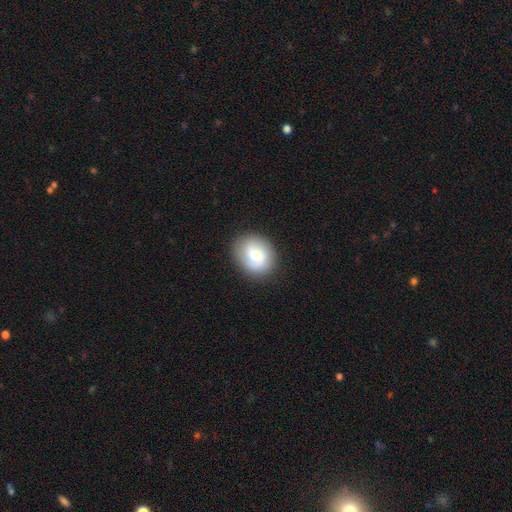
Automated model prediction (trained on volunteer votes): This is possibly a smooth galaxy (55%). How rounded: likely round (60%). Merging: clearly none (82%).